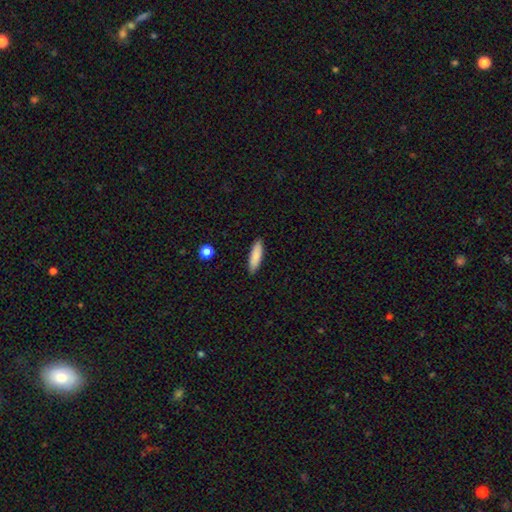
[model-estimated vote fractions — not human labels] A smooth galaxy with no disk features (86%) that is cigar-shaped (66%). Merging: none (89%).